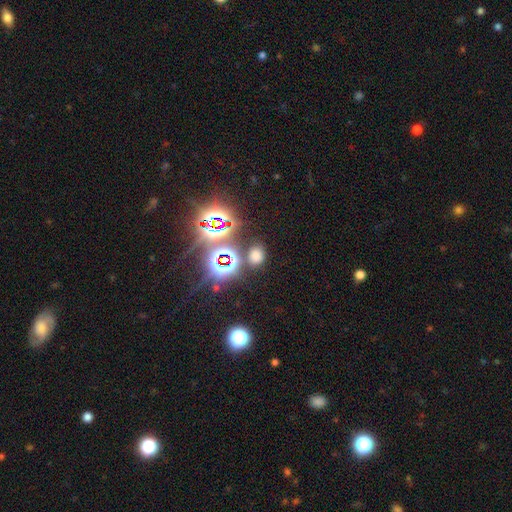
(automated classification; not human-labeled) Smooth or featured?
  - smooth: 57% *
  - star or artifact: 37%
  - featured or disk: 6%
How rounded?
  - round: 55% *
  - in between: 44%
  - cigar-shaped: 2%
Merging?
  - none: 78% *
  - minor disturbance: 10%
  - merger: 7%
  - major disturbance: 4%